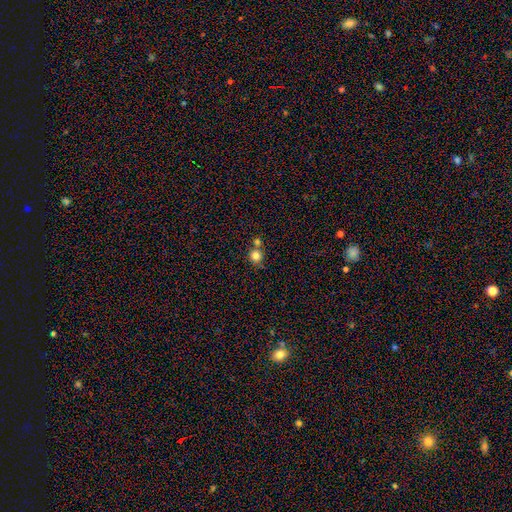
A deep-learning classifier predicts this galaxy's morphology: smooth_or_featured: smooth (p=0.81) [alt: star or artifact p=0.12]
how_rounded: round (p=0.87) [alt: in between p=0.12]
merging: none (p=0.60) [alt: merger p=0.28]